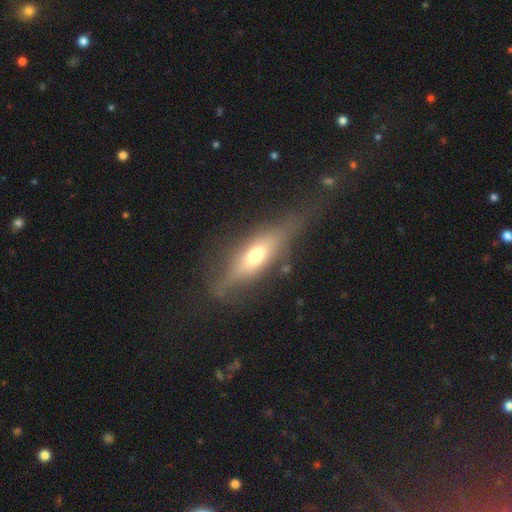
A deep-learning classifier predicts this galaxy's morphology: Smooth or featured? featured or disk (50%)
Edge-on disk? yes (76%)
Merging? none (55%)